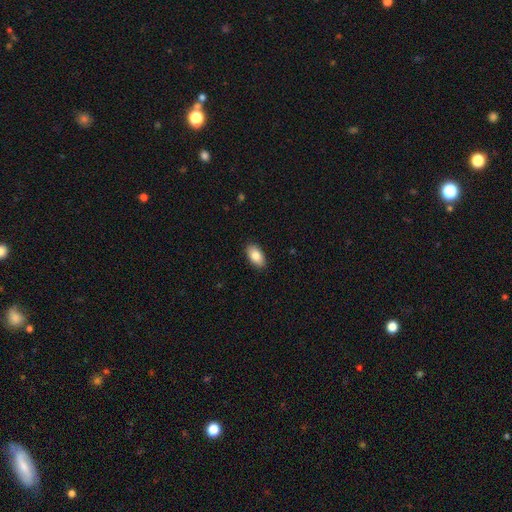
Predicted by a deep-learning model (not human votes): Smooth or featured?
  - smooth: 84% *
  - featured or disk: 9%
  - star or artifact: 7%
How rounded?
  - in between: 94% *
  - round: 4%
  - cigar-shaped: 2%
Merging?
  - none: 89% *
  - minor disturbance: 8%
  - major disturbance: 2%
  - merger: 1%